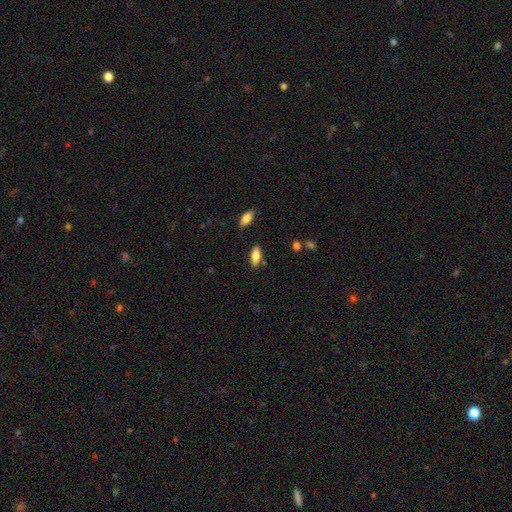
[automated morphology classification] Smooth or featured? Predicted: smooth (p=0.78). How rounded? Predicted: in between (p=0.78). Merging? Predicted: none (p=0.83).